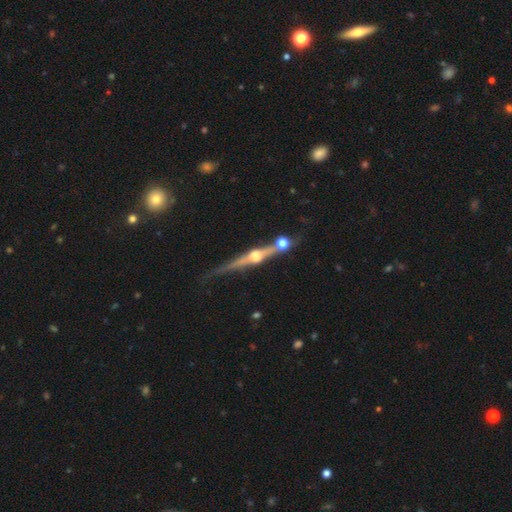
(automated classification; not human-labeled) smooth_or_featured: featured or disk (p=0.84) [alt: smooth p=0.09]
disk_edge_on: yes (p=0.97) [alt: no p=0.03]
edge_on_bulge: rounded (p=0.94) [alt: boxy p=0.03]
merging: none (p=0.71) [alt: minor disturbance p=0.14]